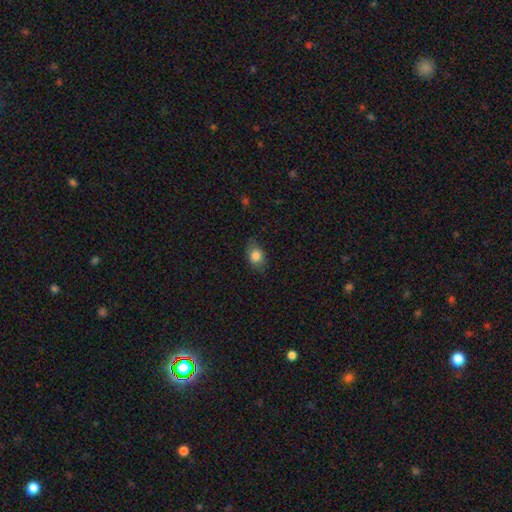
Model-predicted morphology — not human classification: Smooth or featured? Predicted: smooth (p=0.81). How rounded? Predicted: in between (p=0.77). Merging? Predicted: none (p=0.74).